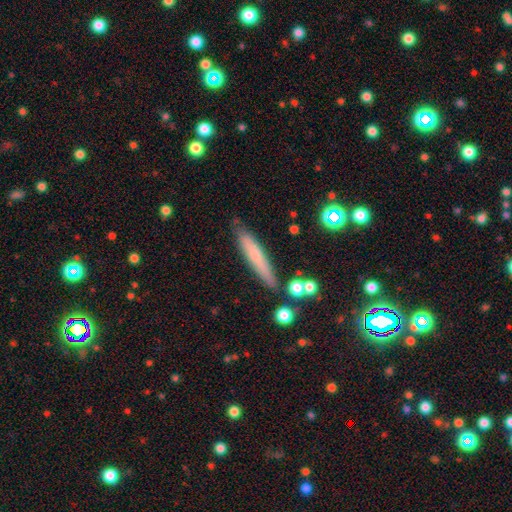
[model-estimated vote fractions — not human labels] This is likely a smooth galaxy (62%). How rounded: clearly cigar-shaped (92%). Merging: clearly none (82%).